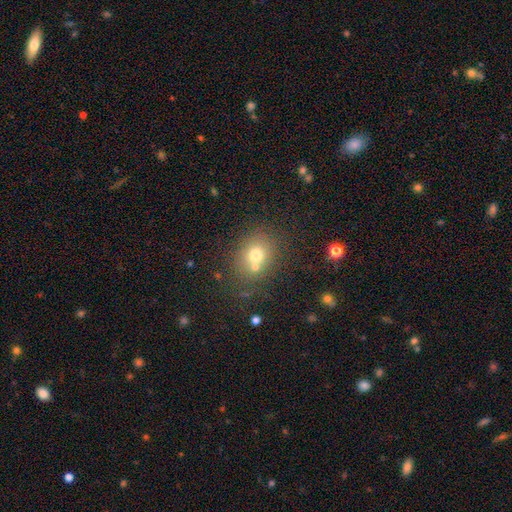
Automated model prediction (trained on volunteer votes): smooth_or_featured: smooth (p=0.70) [alt: featured or disk p=0.15]
how_rounded: round (p=0.64) [alt: in between p=0.35]
merging: none (p=0.59) [alt: merger p=0.25]